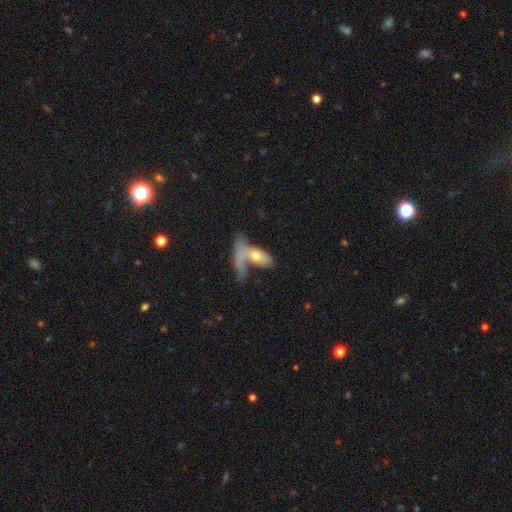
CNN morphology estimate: A smooth galaxy with no disk features (59%) that is in between round and cigar-shaped (73%). Merging: merger (48%).